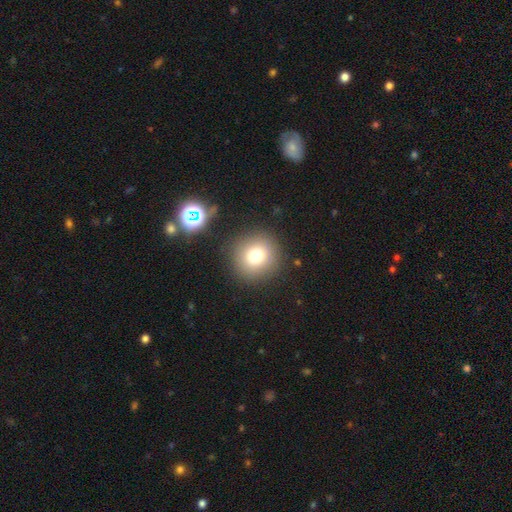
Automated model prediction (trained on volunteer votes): Smooth or featured? smooth (76%)
How rounded? round (92%)
Merging? none (87%)